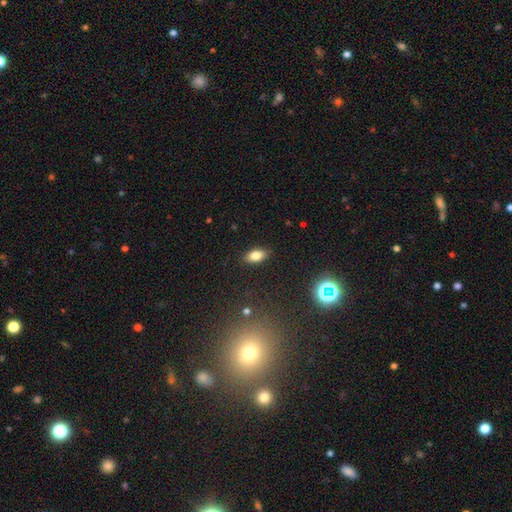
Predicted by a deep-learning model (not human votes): This is likely a smooth galaxy (79%). How rounded: clearly in between (89%). Merging: clearly none (88%).